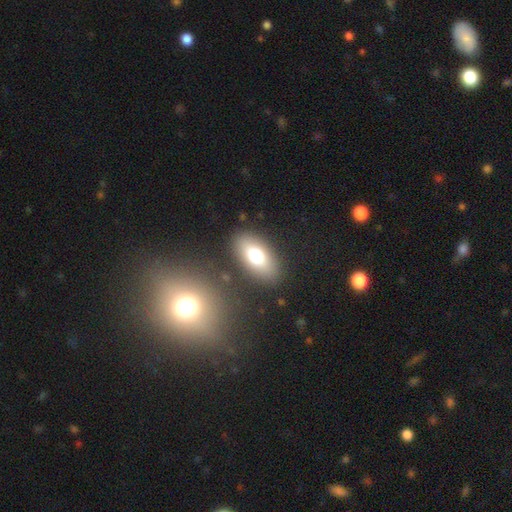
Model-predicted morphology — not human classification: This appears to be a smooth galaxy with no disk features (72%) that is in between round and cigar-shaped (88%). Merging: none (85%).